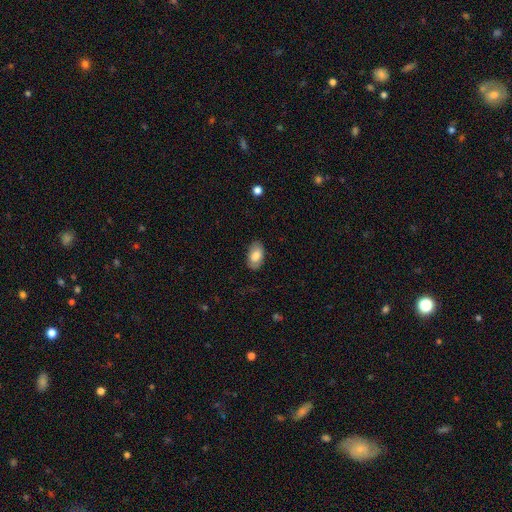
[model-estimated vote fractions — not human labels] smooth 78%, featured or disk 15%, star or artifact 7%. Down the decision tree: how rounded — in between (94%); merging — none (84%).